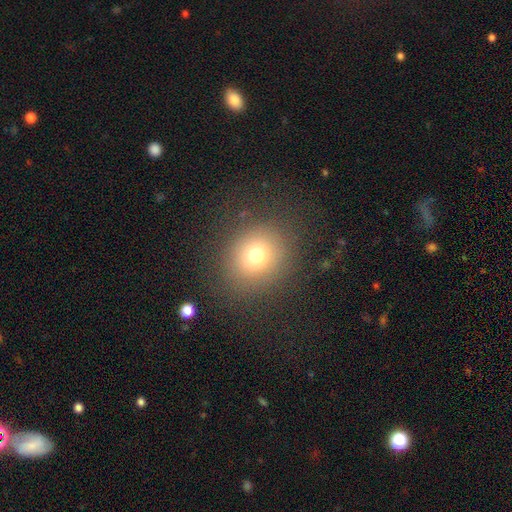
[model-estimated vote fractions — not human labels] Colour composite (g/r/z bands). It shows a smooth galaxy with no disk features (72%) that is round (78%). Merging: none (84%).